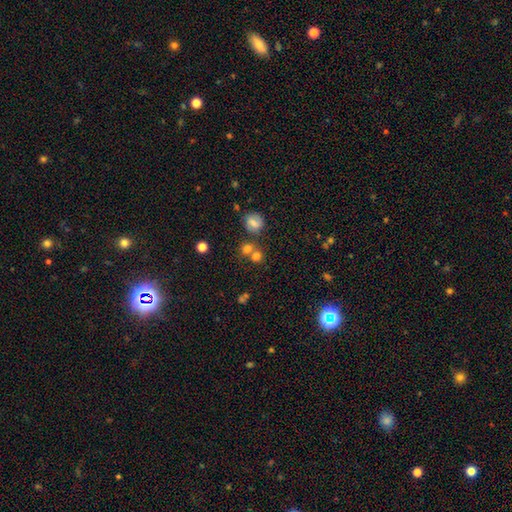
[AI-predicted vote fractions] A smooth galaxy with no disk features (74%) that is round (79%).

Vote fractions:
- Smooth or featured? smooth: 74% / star or artifact: 15% / featured or disk: 11%
- How rounded? round: 79% / in between: 19% / cigar-shaped: 1%
- Merging? none: 51% / merger: 37% / minor disturbance: 8% / major disturbance: 4%